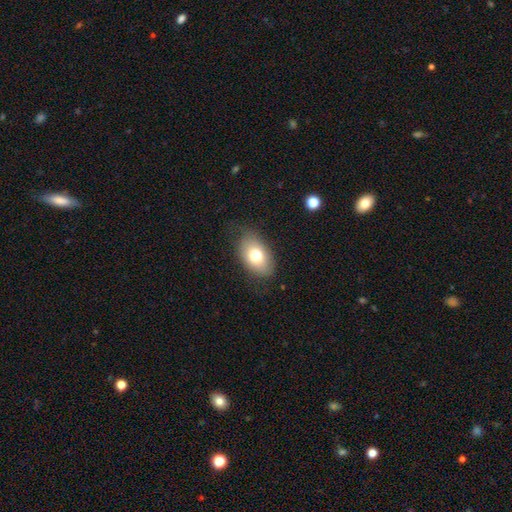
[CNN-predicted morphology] Smooth or featured? Predicted: smooth (p=0.74). How rounded? Predicted: in between (p=0.88). Merging? Predicted: none (p=0.77).